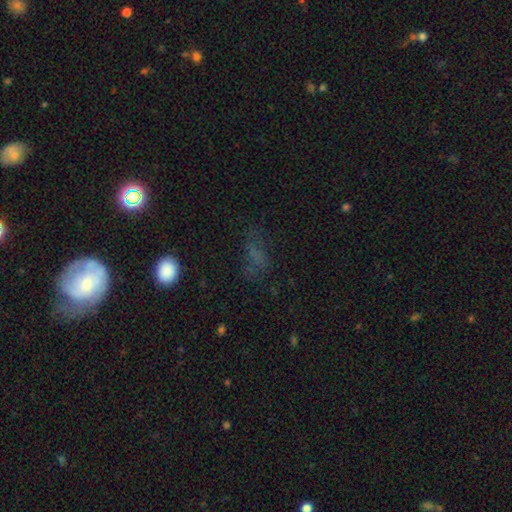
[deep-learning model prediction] smooth-or-featured: smooth: 46% | star or artifact: 33% | featured or disk: 20%
  merging: none: 58% | major disturbance: 20% | minor disturbance: 18% | merger: 4%